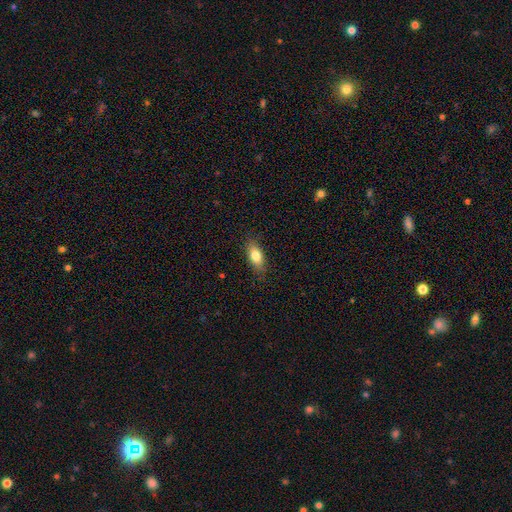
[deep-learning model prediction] Smooth or featured? Predicted: smooth (p=0.79). How rounded? Predicted: in between (p=0.81). Merging? Predicted: none (p=0.83).